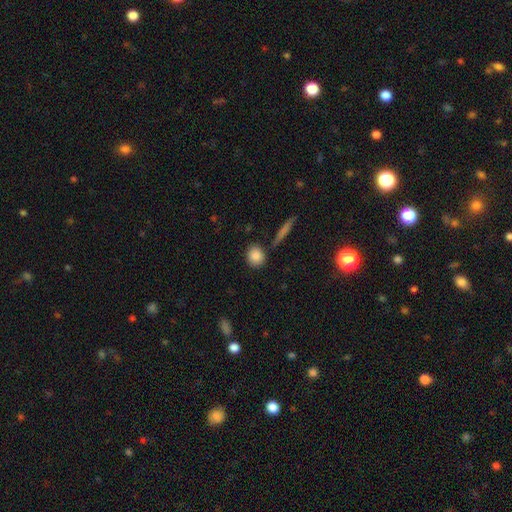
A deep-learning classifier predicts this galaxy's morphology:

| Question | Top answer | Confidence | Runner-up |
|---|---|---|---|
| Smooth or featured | smooth | 87% | star or artifact (8%) |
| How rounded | round | 81% | in between (17%) |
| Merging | none | 80% | minor disturbance (10%) |